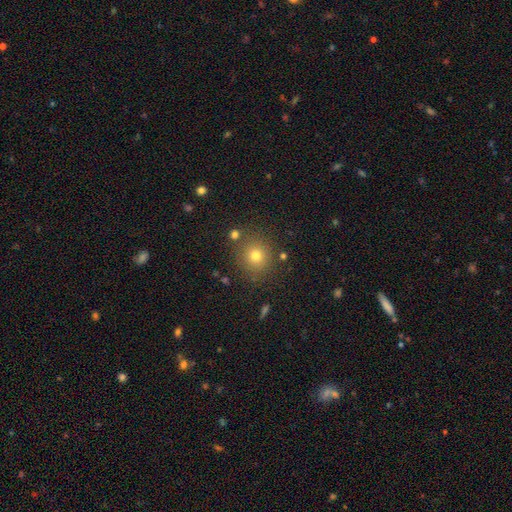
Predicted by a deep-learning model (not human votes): Smooth or featured: smooth — 74% (star or artifact — 17%)
How rounded: round — 89% (in between — 10%)
Merging: none — 83% (minor disturbance — 9%)